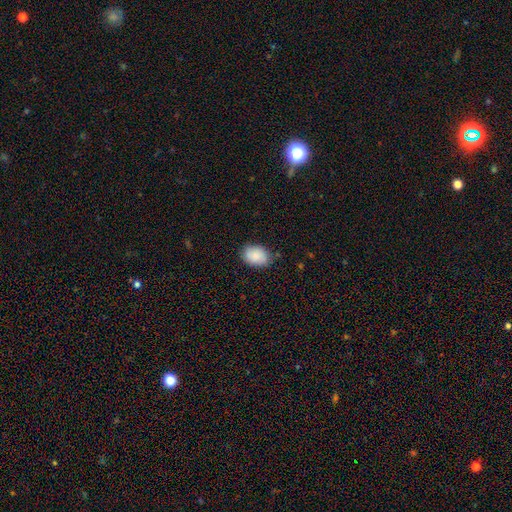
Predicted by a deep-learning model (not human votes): Overall: smooth (87%). How rounded: in between (79%). Merging: none (79%).